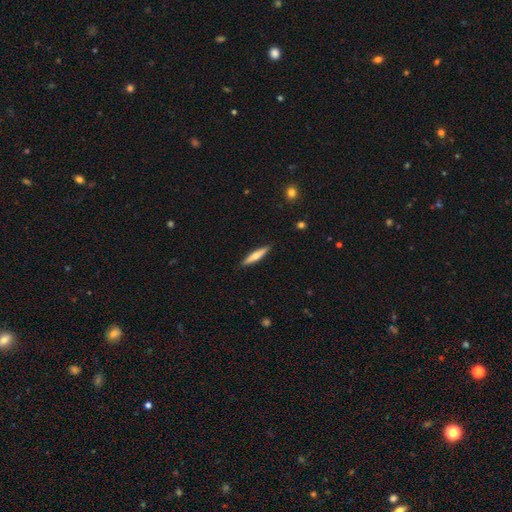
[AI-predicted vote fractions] smooth-or-featured: smooth: 59% | featured or disk: 35% | star or artifact: 6%
  how-rounded: cigar-shaped: 90% | in between: 9% | round: 1%
  merging: none: 90% | minor disturbance: 7% | major disturbance: 1% | merger: 1%